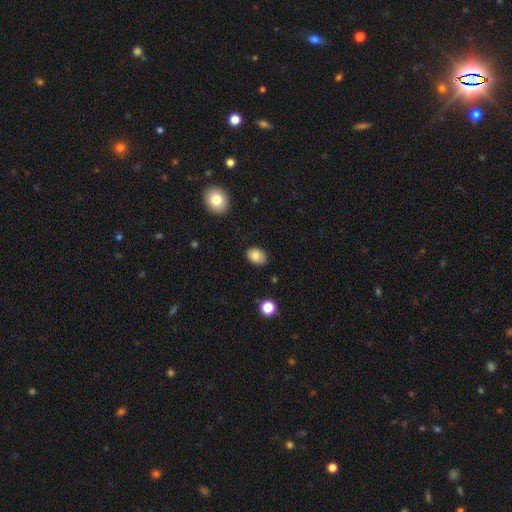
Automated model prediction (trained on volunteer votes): A smooth galaxy with no disk features (83%) that is in between round and cigar-shaped (74%). Merging: none (83%).